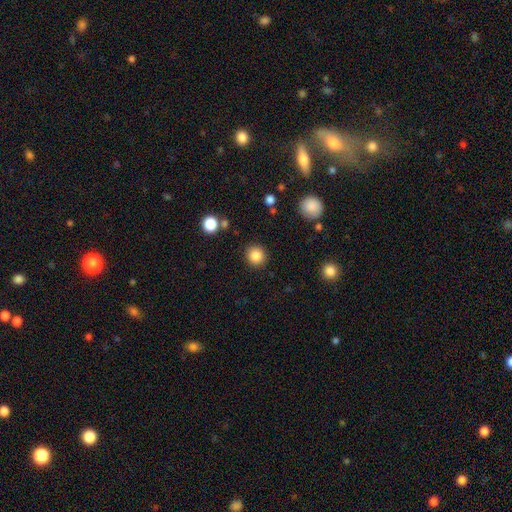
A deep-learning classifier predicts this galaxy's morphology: The model was most divided on "smooth or featured": smooth: 85%, star or artifact: 10%, featured or disk: 5%. More confident: how rounded — round (91%); merging — none (90%).